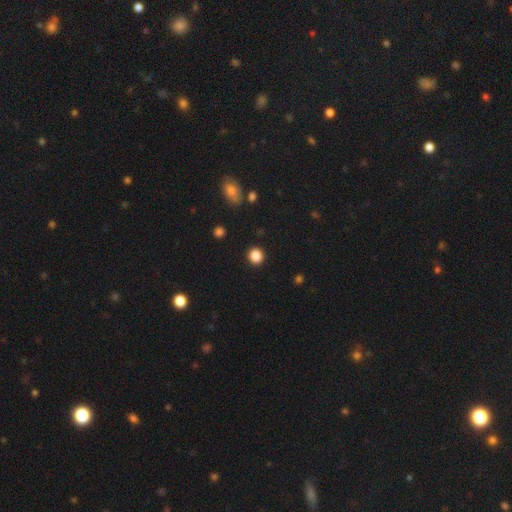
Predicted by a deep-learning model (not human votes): This appears to be a smooth galaxy with no disk features (86%) that is round (89%). Merging: none (92%).